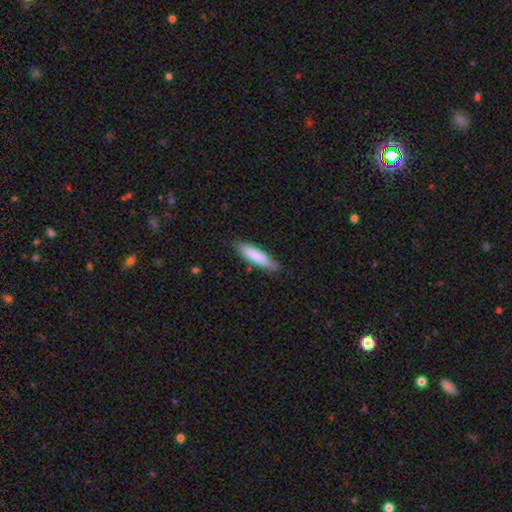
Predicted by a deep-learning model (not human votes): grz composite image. It shows a smooth galaxy with no disk features (83%) that is cigar-shaped (72%). Merging: none (84%).